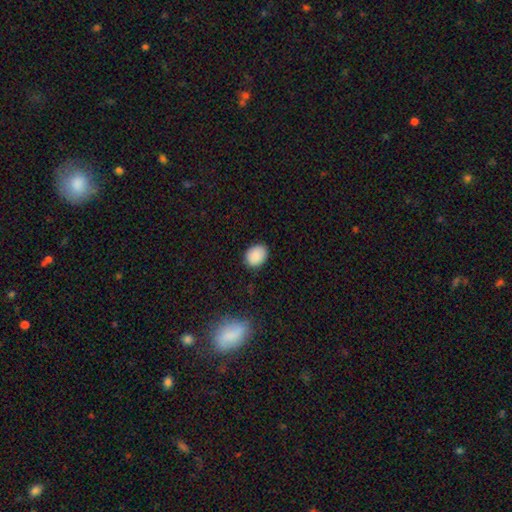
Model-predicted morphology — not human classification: Smooth or featured: smooth — 88% (star or artifact — 8%)
How rounded: in between — 65% (round — 34%)
Merging: none — 84% (minor disturbance — 12%)